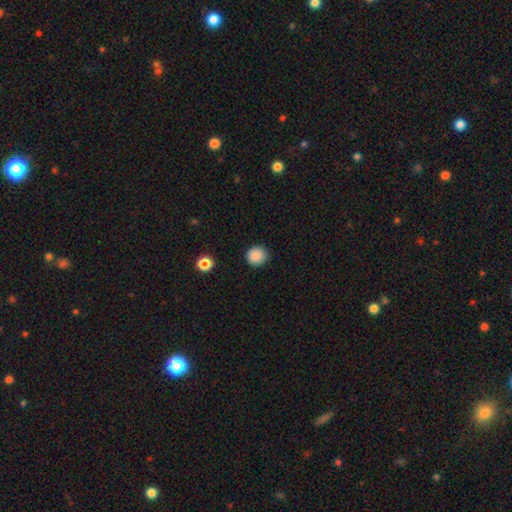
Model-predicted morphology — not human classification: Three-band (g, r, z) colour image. It shows a smooth galaxy with no disk features (88%) that is round (88%). Merging: none (89%).